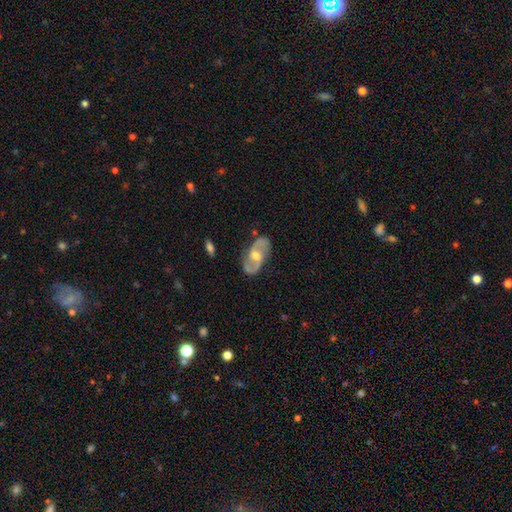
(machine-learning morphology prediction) type=featured or disk (86%); edge-on=no (96%); bar=weak (44%, tied with no); spiral arms=yes (94%); winding=medium (49%); arm count=2 (92%); bulge=moderate (66%); merging=none (82%).